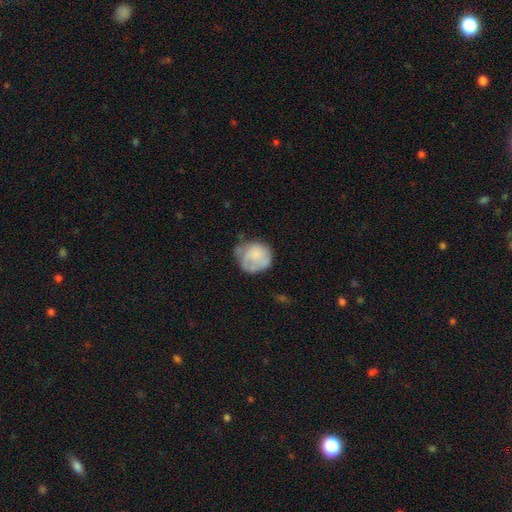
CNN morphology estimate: smooth_or_featured: smooth (p=0.66) [alt: featured or disk p=0.27]
how_rounded: round (p=0.84) [alt: in between p=0.15]
merging: none (p=0.47) [alt: minor disturbance p=0.32]